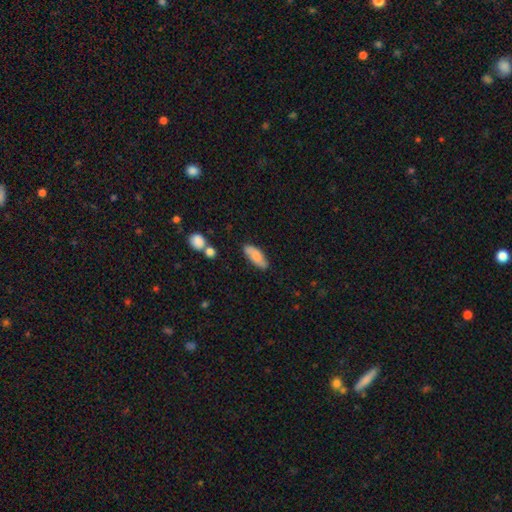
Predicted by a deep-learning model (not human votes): smooth 71%, featured or disk 22%, star or artifact 7%. Down the decision tree: how rounded — in between (74%); merging — none (77%).